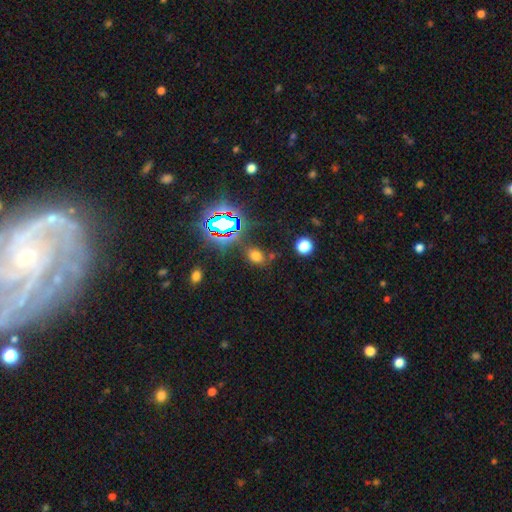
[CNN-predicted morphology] This is likely a smooth galaxy (61%). How rounded: likely in between (63%). Merging: likely none (78%).